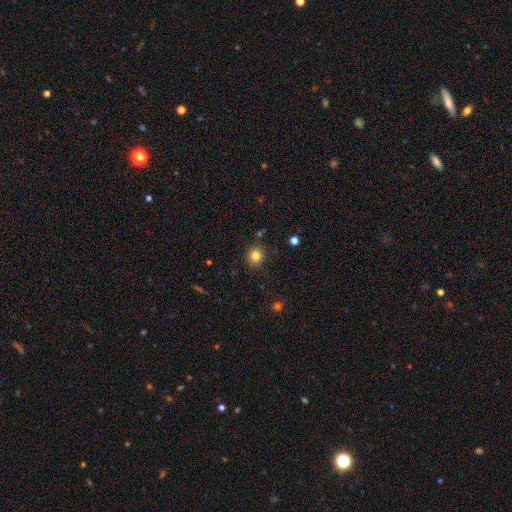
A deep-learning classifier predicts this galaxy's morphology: Smooth or featured?
  - smooth: 83% *
  - star or artifact: 12%
  - featured or disk: 6%
How rounded?
  - round: 82% *
  - in between: 17%
  - cigar-shaped: 1%
Merging?
  - none: 87% *
  - minor disturbance: 8%
  - major disturbance: 2%
  - merger: 2%